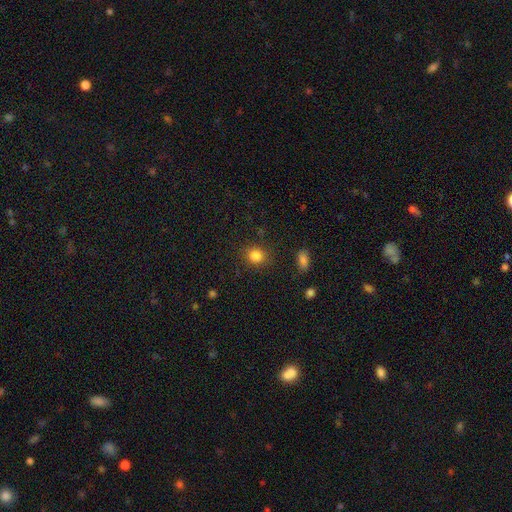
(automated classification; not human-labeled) Smooth or featured?
  - smooth: 85% *
  - star or artifact: 11%
  - featured or disk: 5%
How rounded?
  - round: 78% *
  - in between: 21%
  - cigar-shaped: 1%
Merging?
  - none: 85% *
  - minor disturbance: 10%
  - major disturbance: 3%
  - merger: 2%